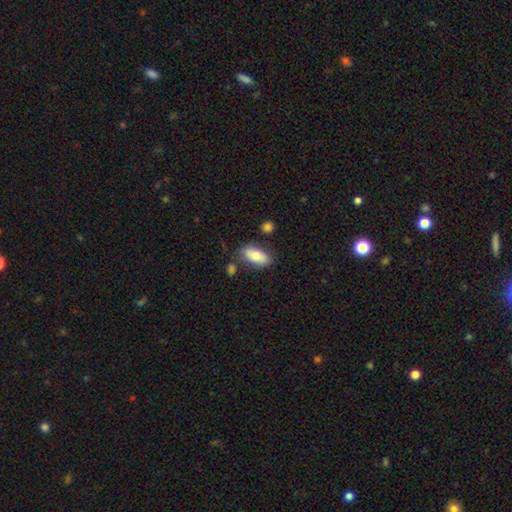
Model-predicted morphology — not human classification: Smooth or featured? smooth (77%)
How rounded? in between (88%)
Merging? none (72%)